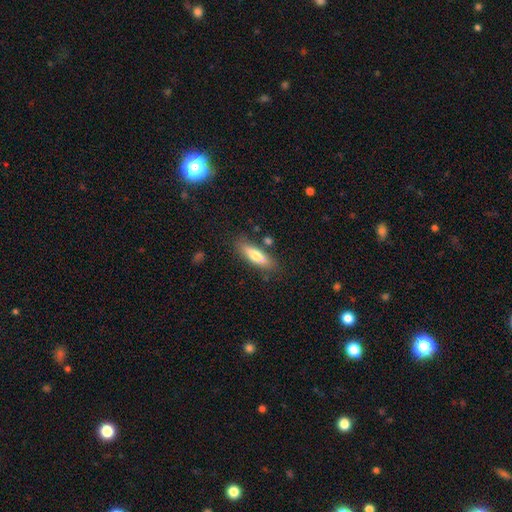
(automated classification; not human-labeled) This appears to be a smooth galaxy with no disk features (68%) that is cigar-shaped (60%). Merging: none (78%).